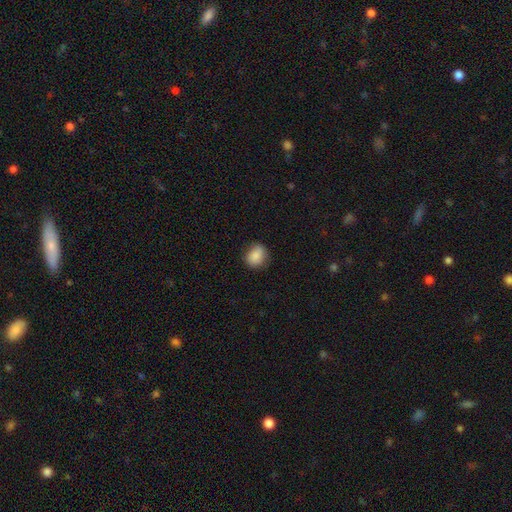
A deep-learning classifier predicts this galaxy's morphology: smooth 86%, star or artifact 8%, featured or disk 6%. Down the decision tree: how rounded — round (65%); merging — none (79%).